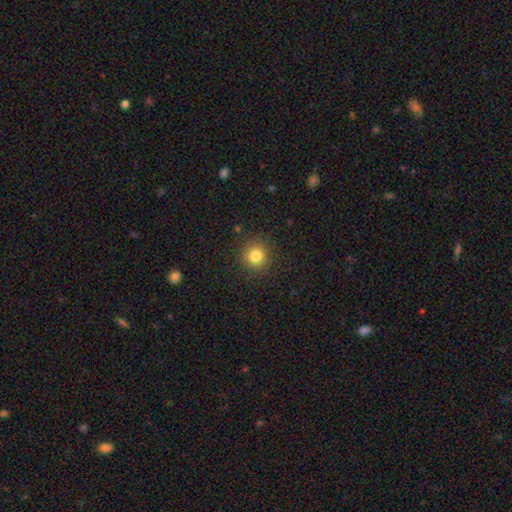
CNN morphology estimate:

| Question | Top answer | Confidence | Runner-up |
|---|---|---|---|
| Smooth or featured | smooth | 82% | star or artifact (12%) |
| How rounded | round | 93% | in between (6%) |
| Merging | none | 89% | minor disturbance (7%) |